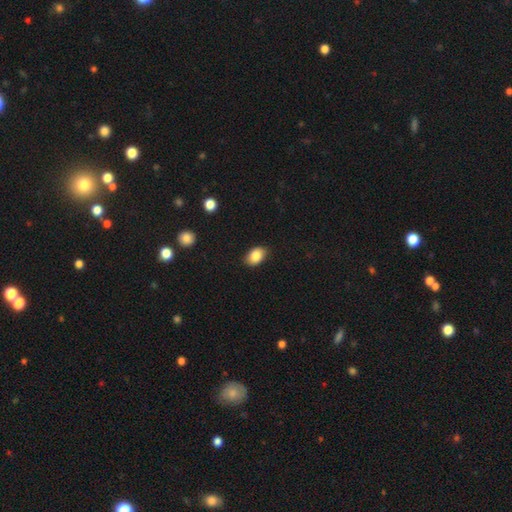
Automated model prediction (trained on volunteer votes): A smooth galaxy with no disk features (86%) that is in between round and cigar-shaped (82%). Merging: none (85%).